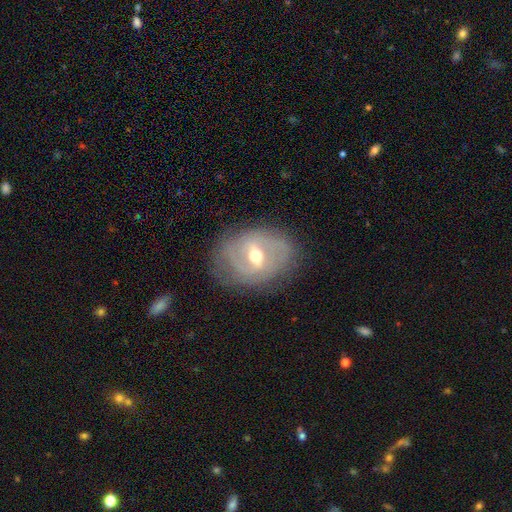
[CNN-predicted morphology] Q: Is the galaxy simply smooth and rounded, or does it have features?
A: featured or disk — 76%.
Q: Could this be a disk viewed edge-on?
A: no — 94%.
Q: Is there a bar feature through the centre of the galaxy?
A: weak — 50%.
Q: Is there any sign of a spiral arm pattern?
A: yes — 75%.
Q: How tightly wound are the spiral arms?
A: tight — 52%.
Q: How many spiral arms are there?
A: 2 — 48%.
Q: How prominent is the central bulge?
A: moderate — 70%.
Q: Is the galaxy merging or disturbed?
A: none — 74%.